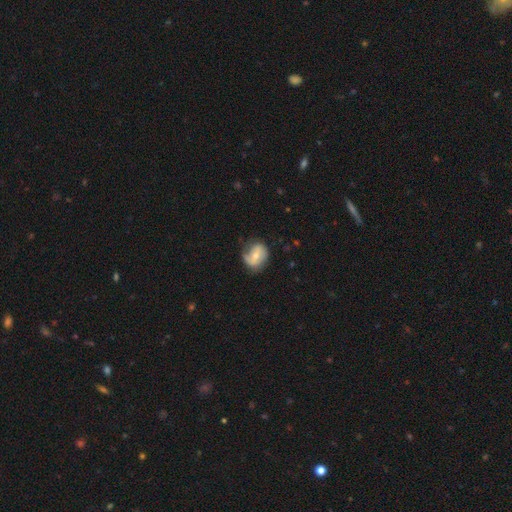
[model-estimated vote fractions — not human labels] Q: Smooth or featured?
A: featured or disk (54%); runner-up: smooth (39%)
Q: Edge-on disk?
A: no (97%); runner-up: yes (3%)
Q: Bar?
A: no (53%); runner-up: weak (35%)
Q: Spiral arms?
A: yes (79%); runner-up: no (21%)
Q: Bulge size?
A: moderate (52%); runner-up: small (44%)
Q: Merging?
A: none (59%); runner-up: minor disturbance (28%)